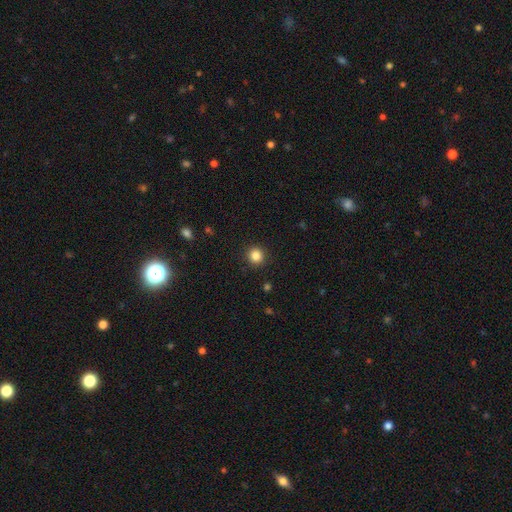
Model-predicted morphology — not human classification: Smooth or featured?
  - smooth: 85% *
  - star or artifact: 11%
  - featured or disk: 4%
How rounded?
  - round: 93% *
  - in between: 6%
  - cigar-shaped: 1%
Merging?
  - none: 93% *
  - minor disturbance: 5%
  - major disturbance: 2%
  - merger: 1%